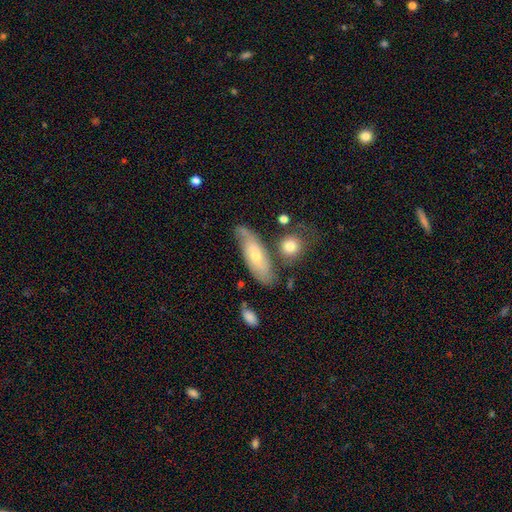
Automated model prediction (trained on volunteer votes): A featured or disk galaxy (49%).

Vote fractions:
- Smooth or featured? featured or disk: 49% / smooth: 44% / star or artifact: 6%
- Merging? none: 59% / minor disturbance: 21% / merger: 12% / major disturbance: 8%